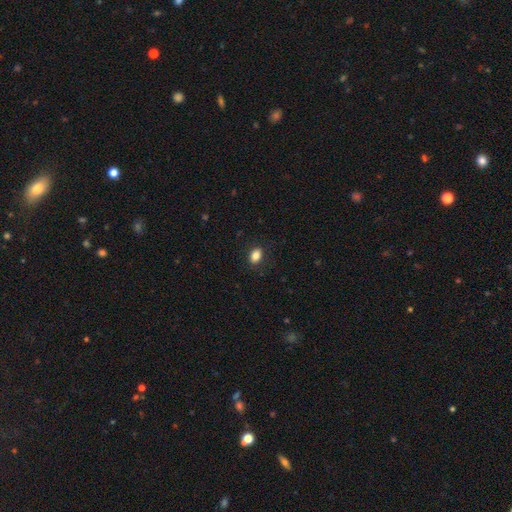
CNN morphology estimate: Smooth or featured? Predicted: smooth (p=0.85). How rounded? Predicted: in between (p=0.76). Merging? Predicted: none (p=0.86).